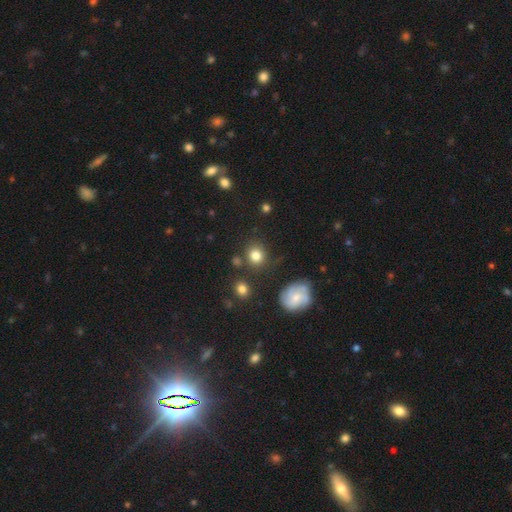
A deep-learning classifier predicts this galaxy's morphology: Smooth or featured?
  - smooth: 80% *
  - featured or disk: 10%
  - star or artifact: 10%
How rounded?
  - round: 86% *
  - in between: 13%
  - cigar-shaped: 1%
Merging?
  - none: 77% *
  - minor disturbance: 12%
  - merger: 6%
  - major disturbance: 5%